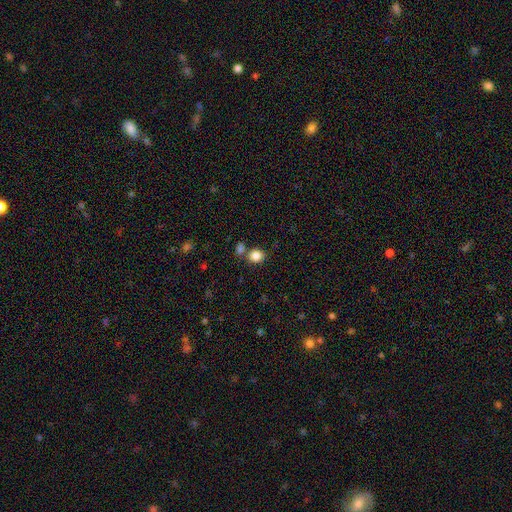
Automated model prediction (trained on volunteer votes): A smooth galaxy with no disk features (85%) that is round (76%).

Vote fractions:
- Smooth or featured? smooth: 85% / star or artifact: 10% / featured or disk: 5%
- How rounded? round: 76% / in between: 23% / cigar-shaped: 1%
- Merging? none: 68% / merger: 18% / minor disturbance: 10% / major disturbance: 4%